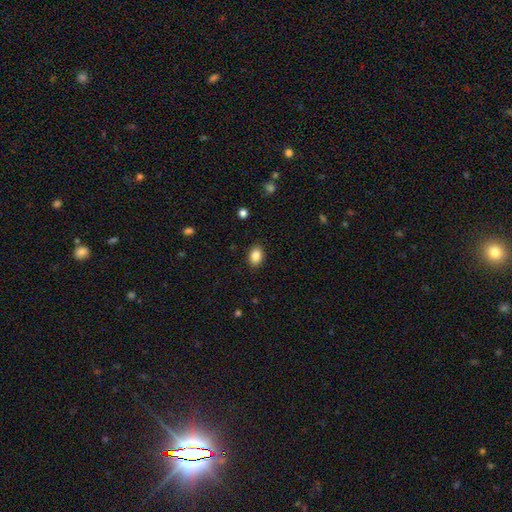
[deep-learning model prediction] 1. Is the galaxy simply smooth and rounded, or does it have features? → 87% smooth, 9% star or artifact, 4% featured or disk.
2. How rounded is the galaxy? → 75% in between, 24% round, 1% cigar-shaped.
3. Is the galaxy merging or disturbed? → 88% none, 9% minor disturbance, 2% major disturbance, 1% merger.